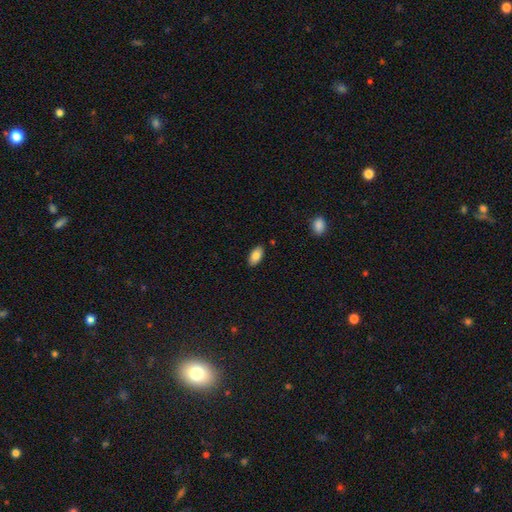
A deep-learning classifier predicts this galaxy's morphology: smooth-or-featured: smooth: 85% | featured or disk: 8% | star or artifact: 7%
  how-rounded: in between: 93% | cigar-shaped: 4% | round: 3%
  merging: none: 87% | minor disturbance: 9% | major disturbance: 2% | merger: 1%